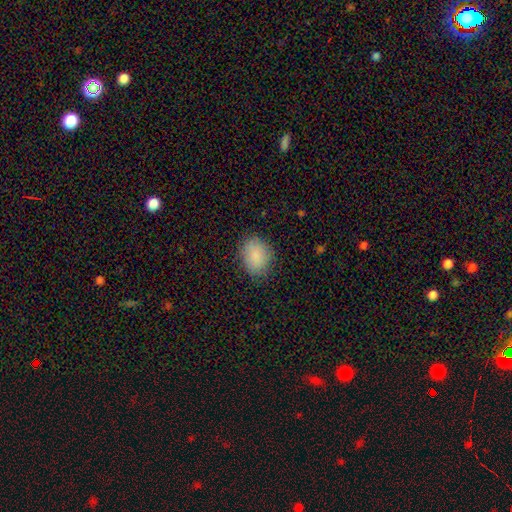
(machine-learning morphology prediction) Smooth or featured? smooth (87%)
How rounded? in between (60%)
Merging? none (82%)